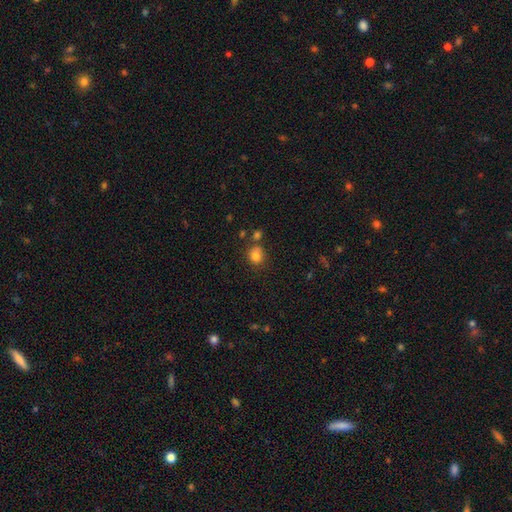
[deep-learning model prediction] A smooth galaxy with no disk features (81%) that is round (80%).

Vote fractions:
- Smooth or featured? smooth: 81% / star or artifact: 12% / featured or disk: 7%
- How rounded? round: 80% / in between: 19% / cigar-shaped: 1%
- Merging? none: 69% / minor disturbance: 14% / merger: 13% / major disturbance: 4%